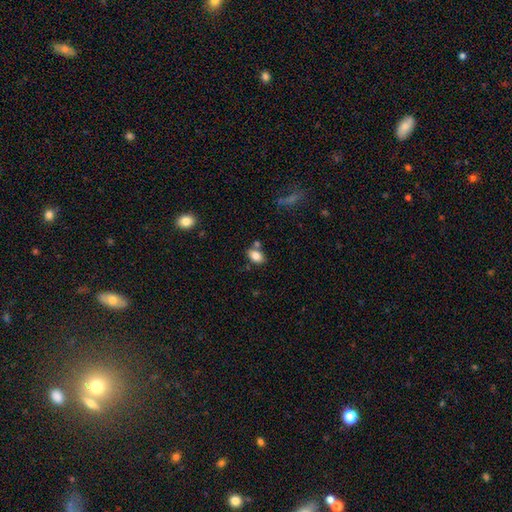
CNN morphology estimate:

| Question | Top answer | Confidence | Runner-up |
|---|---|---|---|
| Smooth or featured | smooth | 83% | featured or disk (8%) |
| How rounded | in between | 88% | round (10%) |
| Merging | none | 67% | merger (15%) |